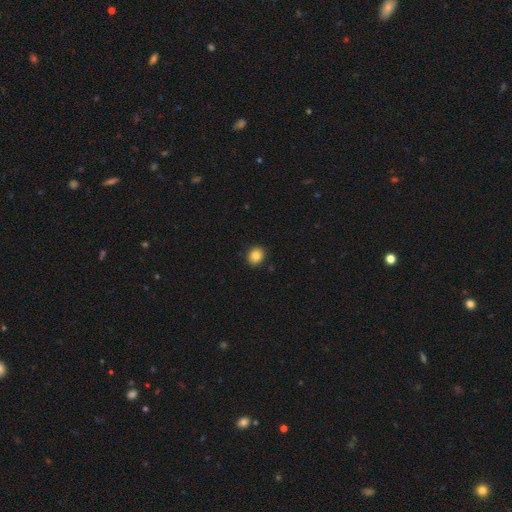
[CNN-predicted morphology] The model was most divided on "how rounded": round: 70%, in between: 29%, cigar-shaped: 1%. More confident: merging — none (91%); smooth or featured — smooth (85%).